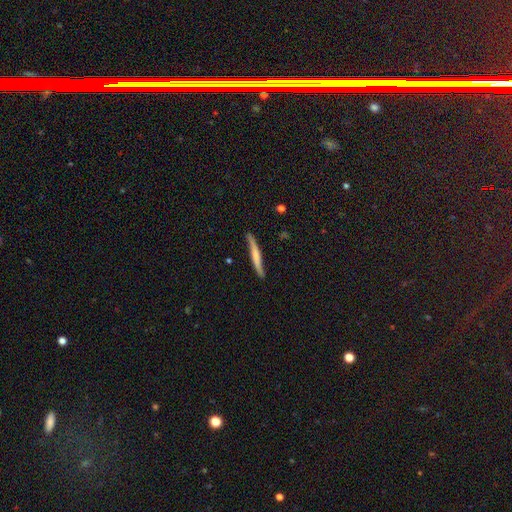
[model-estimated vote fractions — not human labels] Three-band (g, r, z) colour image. It shows a featured or disk galaxy (50%) viewed edge-on (86%). Merging: none (78%).